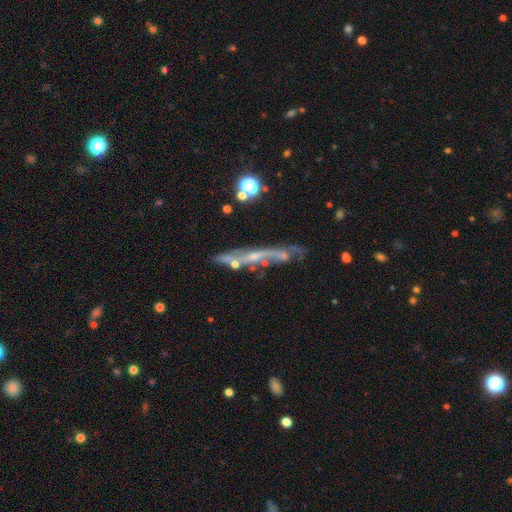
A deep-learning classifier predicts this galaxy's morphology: smooth_or_featured: featured or disk (p=0.69) [alt: smooth p=0.19]
disk_edge_on: yes (p=0.66) [alt: no p=0.34]
merging: none (p=0.53) [alt: minor disturbance p=0.22]